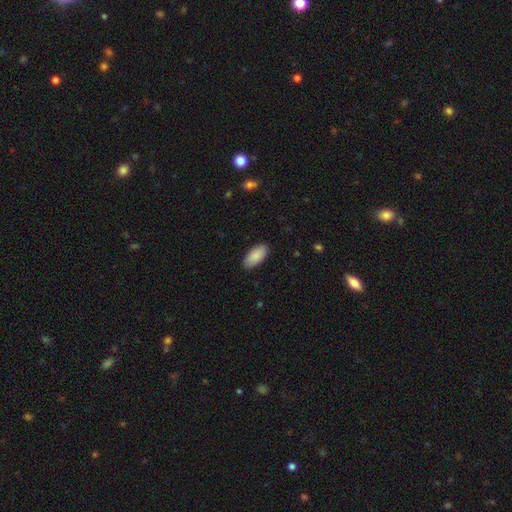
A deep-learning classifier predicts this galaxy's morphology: Smooth or featured? Predicted: smooth (p=0.90). How rounded? Predicted: in between (p=0.93). Merging? Predicted: none (p=0.89).